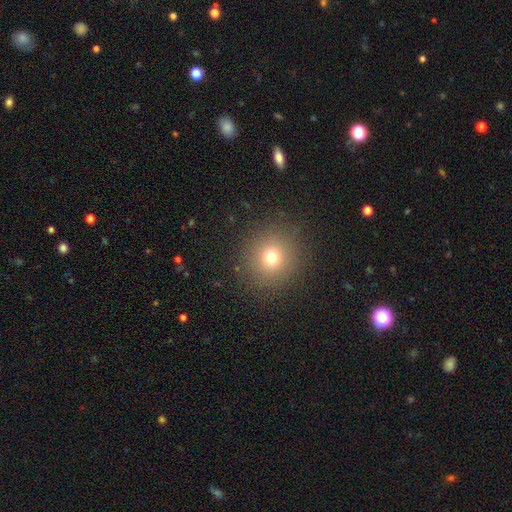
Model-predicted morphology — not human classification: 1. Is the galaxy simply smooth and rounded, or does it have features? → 66% smooth, 26% star or artifact, 8% featured or disk.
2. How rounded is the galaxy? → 92% round, 7% in between, 1% cigar-shaped.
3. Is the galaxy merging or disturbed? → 91% none, 5% minor disturbance, 2% major disturbance, 1% merger.